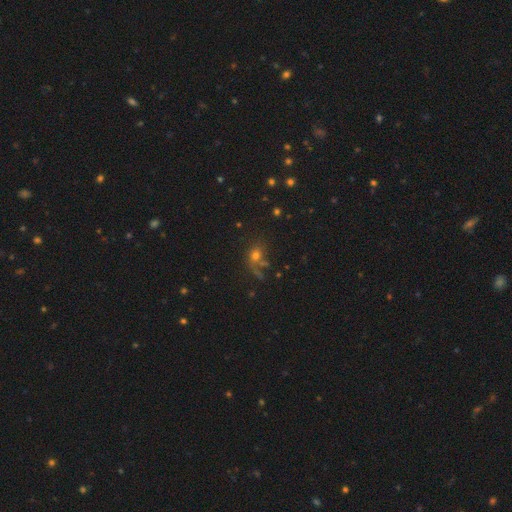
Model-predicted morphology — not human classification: A smooth galaxy with no disk features (56%) that is round (60%). Merging: none (50%).